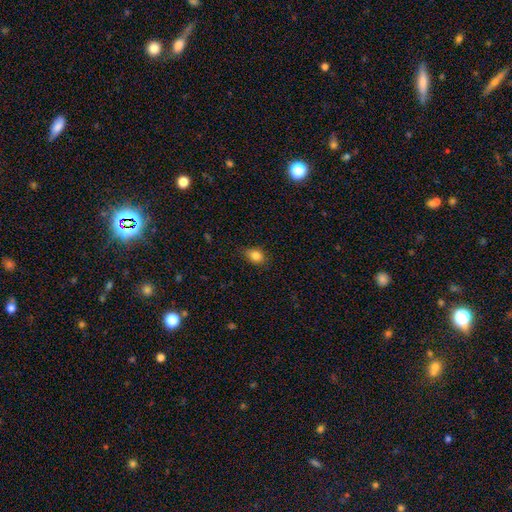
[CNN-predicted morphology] Q: Smooth or featured?
A: smooth (84%); runner-up: star or artifact (10%)
Q: How rounded?
A: in between (69%); runner-up: round (29%)
Q: Merging?
A: none (81%); runner-up: minor disturbance (15%)